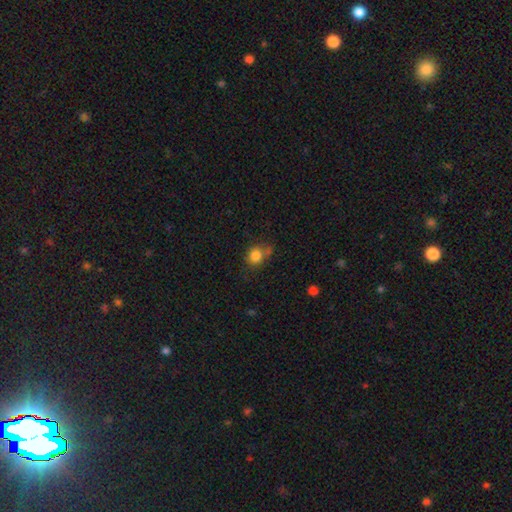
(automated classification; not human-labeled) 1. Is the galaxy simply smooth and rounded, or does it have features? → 83% smooth, 10% star or artifact, 7% featured or disk.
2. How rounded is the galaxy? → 74% round, 25% in between, 1% cigar-shaped.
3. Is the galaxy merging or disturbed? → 58% none, 22% minor disturbance, 12% merger, 8% major disturbance.